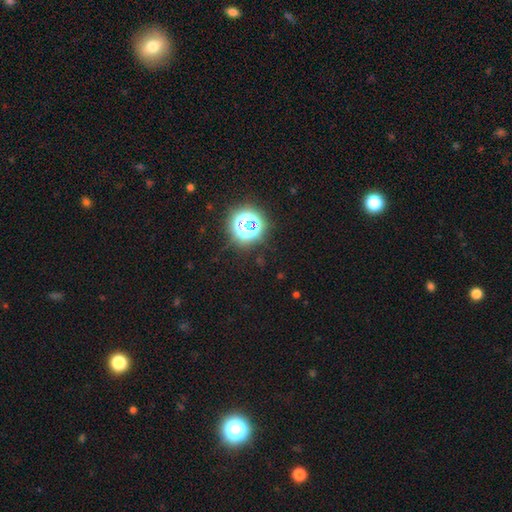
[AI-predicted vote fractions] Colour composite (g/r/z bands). It shows a star or artifact, not a galaxy (76%).